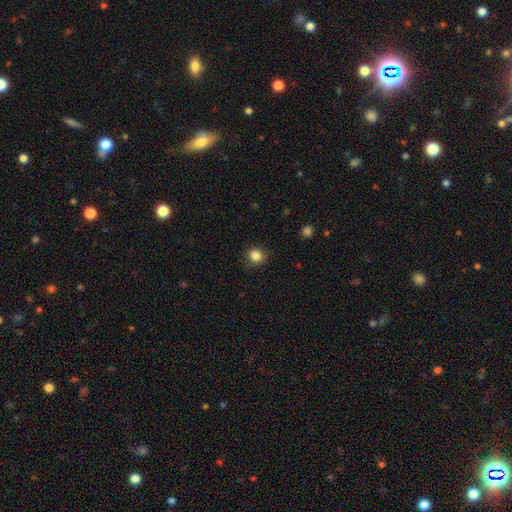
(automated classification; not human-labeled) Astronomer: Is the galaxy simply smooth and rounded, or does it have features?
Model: smooth — 85%.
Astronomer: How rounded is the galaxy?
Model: round — 78%.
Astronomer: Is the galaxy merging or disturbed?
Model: none — 87%.